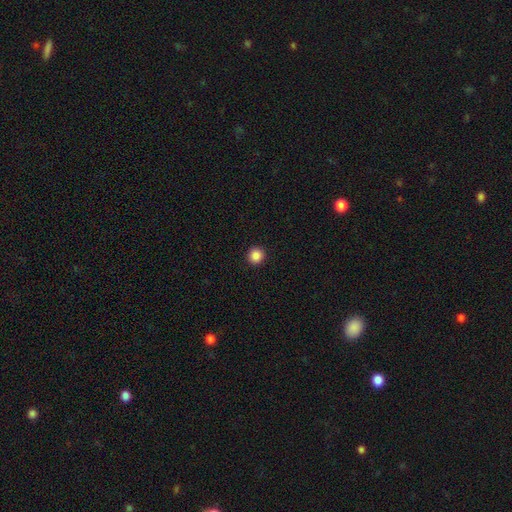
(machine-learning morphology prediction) Smooth or featured: smooth — 87% (star or artifact — 10%)
How rounded: round — 94% (in between — 5%)
Merging: none — 93% (minor disturbance — 4%)